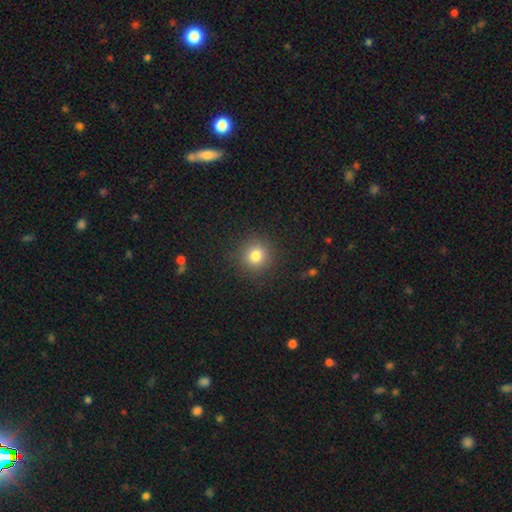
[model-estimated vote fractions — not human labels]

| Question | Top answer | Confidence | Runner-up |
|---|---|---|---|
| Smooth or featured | smooth | 80% | star or artifact (13%) |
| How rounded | round | 93% | in between (6%) |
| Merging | none | 90% | minor disturbance (7%) |